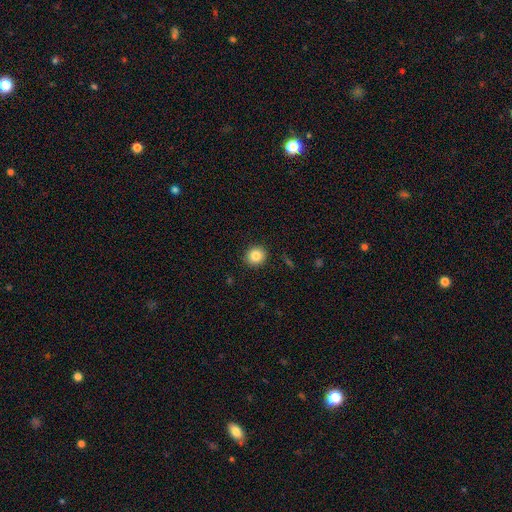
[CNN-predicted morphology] A smooth galaxy with no disk features (84%) that is round (90%).

Vote fractions:
- Smooth or featured? smooth: 84% / star or artifact: 10% / featured or disk: 6%
- How rounded? round: 90% / in between: 9% / cigar-shaped: 1%
- Merging? none: 91% / minor disturbance: 6% / major disturbance: 2% / merger: 1%